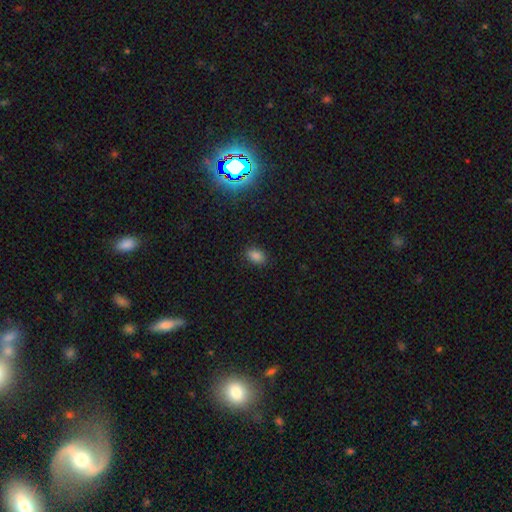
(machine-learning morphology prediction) smooth 84%, star or artifact 12%, featured or disk 4%. Down the decision tree: how rounded — in between (85%); merging — none (87%).